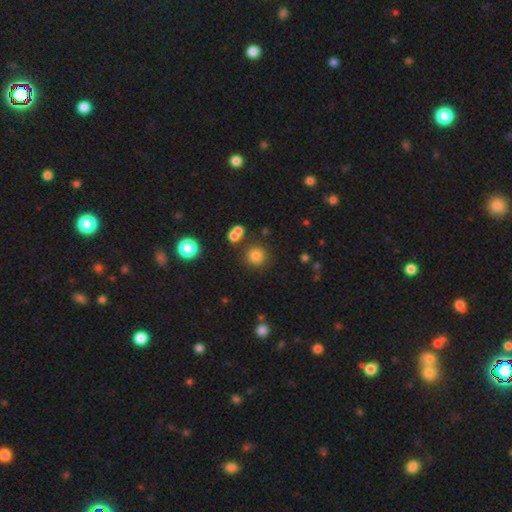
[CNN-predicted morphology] A smooth galaxy with no disk features (79%) that is round (93%).

Vote fractions:
- Smooth or featured? smooth: 79% / star or artifact: 15% / featured or disk: 6%
- How rounded? round: 93% / in between: 6% / cigar-shaped: 1%
- Merging? none: 82% / minor disturbance: 8% / merger: 7% / major disturbance: 3%